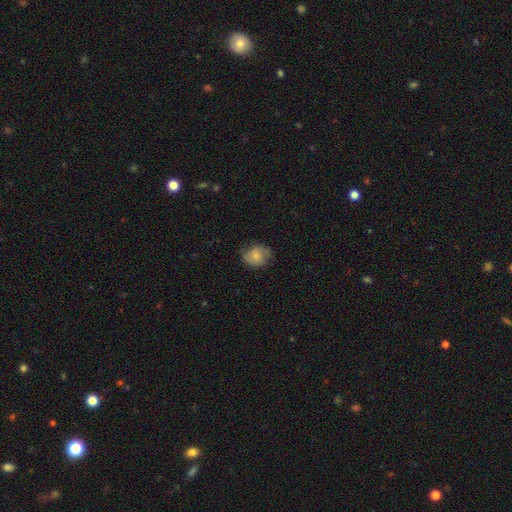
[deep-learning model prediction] The model was most divided on "how rounded": round: 60%, in between: 39%, cigar-shaped: 1%. More confident: merging — none (67%); smooth or featured — smooth (57%).